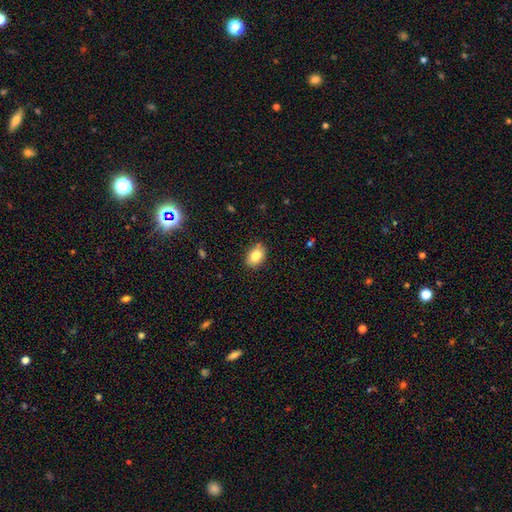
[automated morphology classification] A smooth galaxy with no disk features (83%) that is in between round and cigar-shaped (85%). Merging: none (85%).